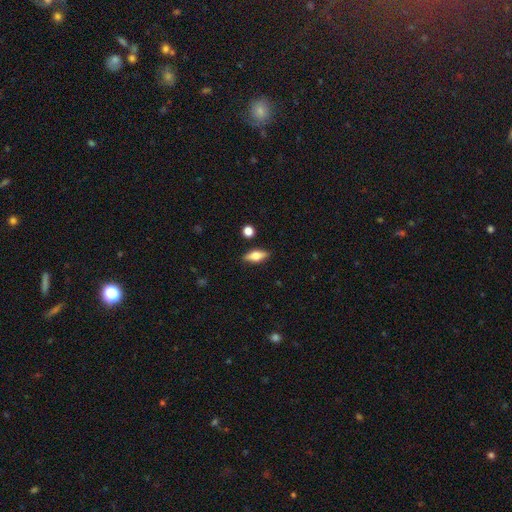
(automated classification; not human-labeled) Smooth or featured?
  - smooth: 59% *
  - featured or disk: 33%
  - star or artifact: 8%
How rounded?
  - in between: 69% *
  - cigar-shaped: 27%
  - round: 5%
Merging?
  - none: 86% *
  - minor disturbance: 10%
  - merger: 2%
  - major disturbance: 2%